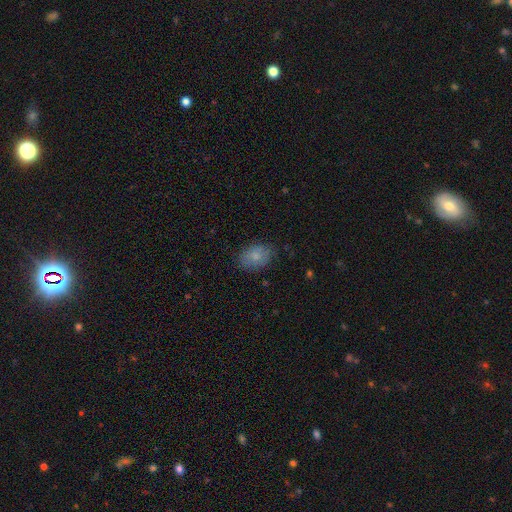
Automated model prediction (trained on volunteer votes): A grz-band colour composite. It shows a smooth galaxy with no disk features (79%) that is in between round and cigar-shaped (81%). Merging: none (78%).